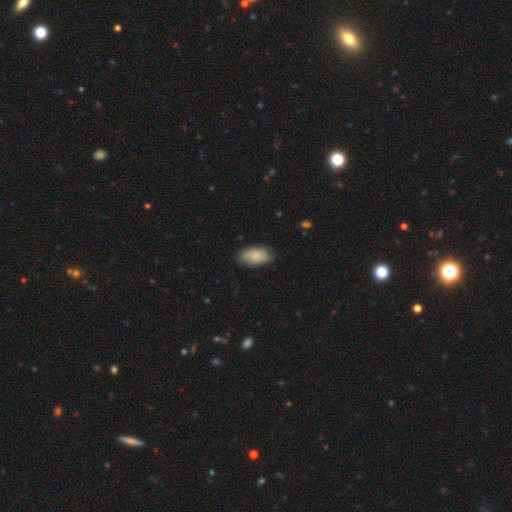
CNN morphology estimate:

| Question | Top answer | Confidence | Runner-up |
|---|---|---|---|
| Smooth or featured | smooth | 82% | featured or disk (12%) |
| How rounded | in between | 94% | round (4%) |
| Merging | none | 75% | minor disturbance (20%) |